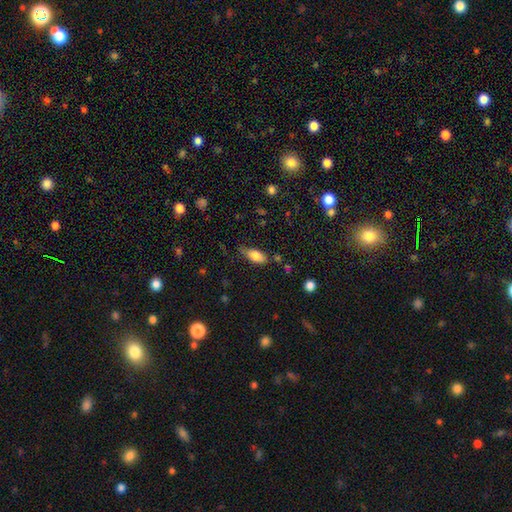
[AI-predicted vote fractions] smooth_or_featured: smooth (p=0.79) [alt: featured or disk p=0.13]
how_rounded: in between (p=0.86) [alt: cigar-shaped p=0.11]
merging: none (p=0.64) [alt: minor disturbance p=0.26]